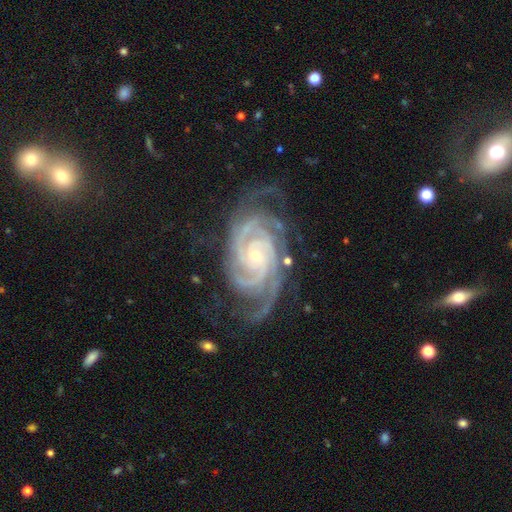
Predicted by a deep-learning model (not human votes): This appears to be a featured or disk galaxy (93%) with no bar (68%), 3 (31%) tight (76%) spiral arms (99%) and a small central bulge (74%). Merging: none (69%).